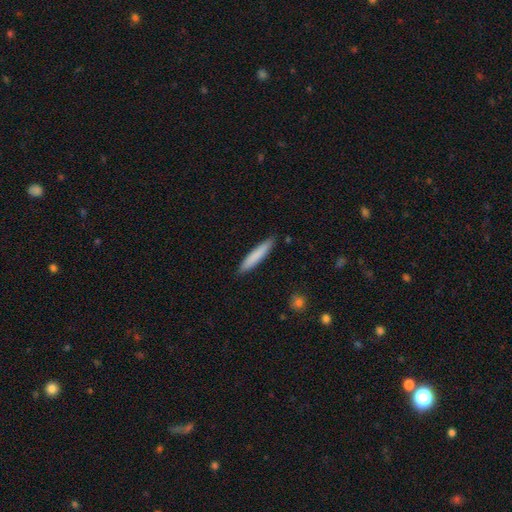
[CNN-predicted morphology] Smooth or featured? smooth (81%)
How rounded? cigar-shaped (92%)
Merging? none (90%)